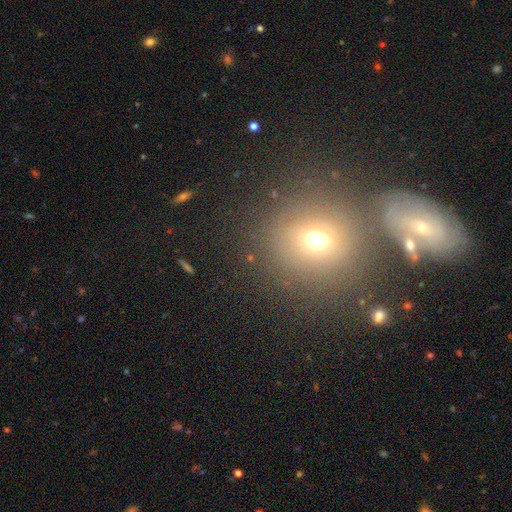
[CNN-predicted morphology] A smooth galaxy with no disk features (56%) that is round (84%).

Vote fractions:
- Smooth or featured? smooth: 56% / star or artifact: 28% / featured or disk: 17%
- How rounded? round: 84% / in between: 14% / cigar-shaped: 2%
- Merging? none: 73% / merger: 13% / minor disturbance: 10% / major disturbance: 5%